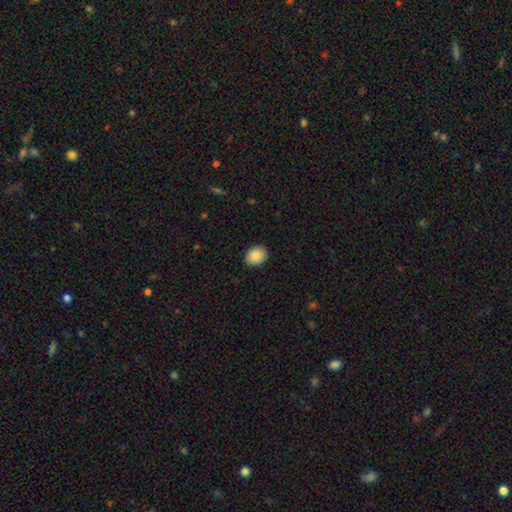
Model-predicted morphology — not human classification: Smooth or featured? smooth (89%)
How rounded? in between (55%)
Merging? none (90%)